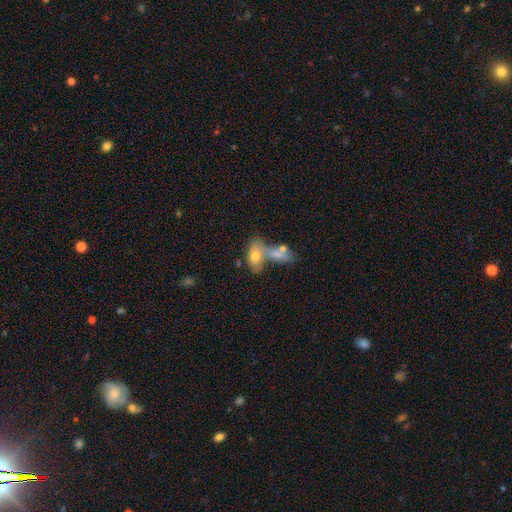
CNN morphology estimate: smooth 70%, featured or disk 22%, star or artifact 8%. Down the decision tree: how rounded — in between (85%); merging — merger (52%).